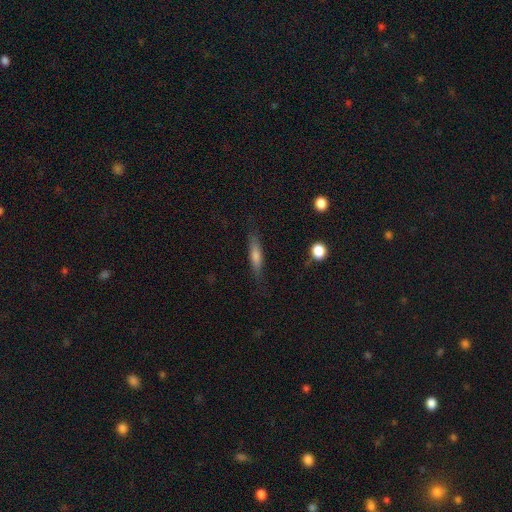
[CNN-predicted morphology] smooth-or-featured: smooth: 47% | featured or disk: 44% | star or artifact: 9%
  merging: none: 83% | minor disturbance: 12% | major disturbance: 3% | merger: 1%